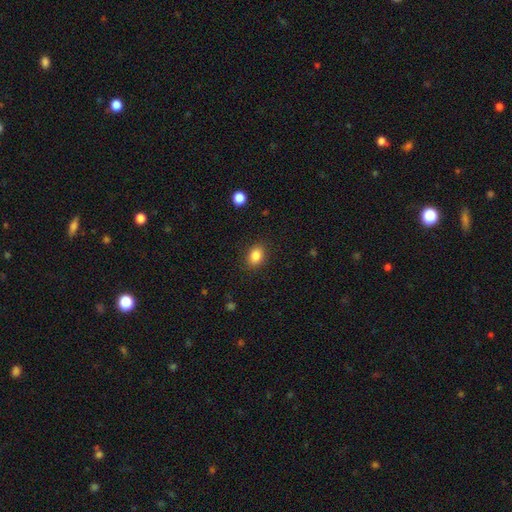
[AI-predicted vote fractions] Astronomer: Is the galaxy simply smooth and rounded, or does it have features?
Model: smooth — 85%.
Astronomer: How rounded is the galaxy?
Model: in between — 72%.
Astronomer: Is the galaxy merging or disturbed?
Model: none — 87%.